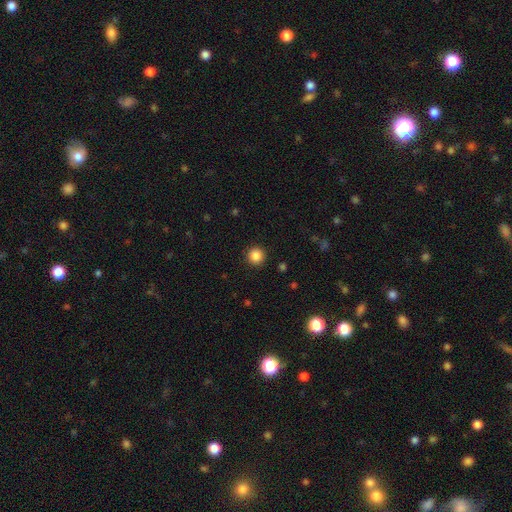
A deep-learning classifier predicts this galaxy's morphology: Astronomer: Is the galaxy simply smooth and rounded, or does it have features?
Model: smooth — 86%.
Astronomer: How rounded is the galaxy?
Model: round — 95%.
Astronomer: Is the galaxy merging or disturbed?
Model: none — 92%.